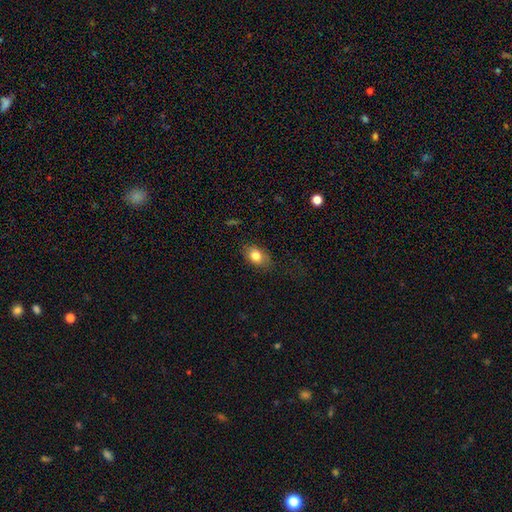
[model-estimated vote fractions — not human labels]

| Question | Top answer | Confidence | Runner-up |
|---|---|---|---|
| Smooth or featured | smooth | 81% | featured or disk (11%) |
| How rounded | in between | 81% | round (17%) |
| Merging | none | 80% | minor disturbance (15%) |